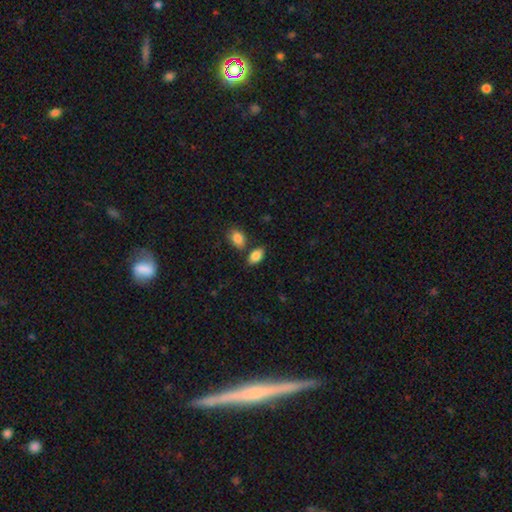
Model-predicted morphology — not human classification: Q: Smooth or featured?
A: smooth (86%); runner-up: star or artifact (7%)
Q: How rounded?
A: in between (92%); runner-up: round (6%)
Q: Merging?
A: none (70%); runner-up: merger (14%)